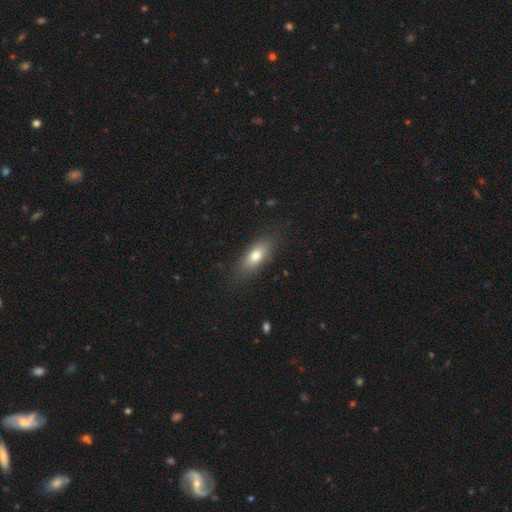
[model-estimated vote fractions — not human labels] Smooth or featured: smooth — 74% (featured or disk — 18%)
How rounded: in between — 77% (cigar-shaped — 18%)
Merging: none — 81% (minor disturbance — 13%)